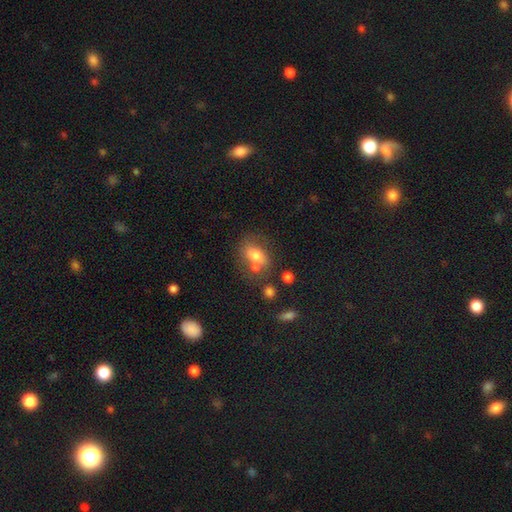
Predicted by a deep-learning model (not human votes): smooth 69%, featured or disk 21%, star or artifact 10%. Down the decision tree: how rounded — in between (76%); merging — none (51%).